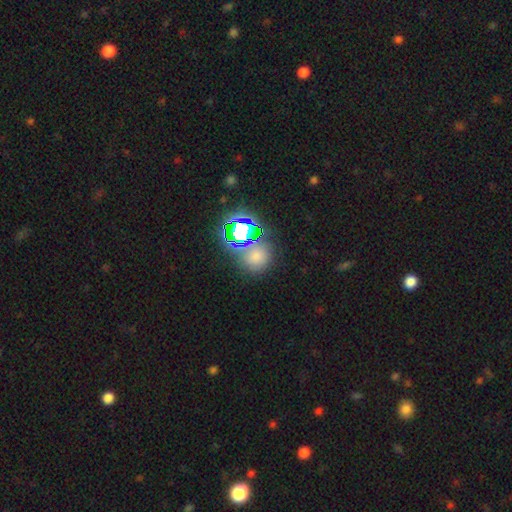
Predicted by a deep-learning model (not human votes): This appears to be a smooth galaxy with no disk features (52%) that is round (80%). Merging: none (68%).